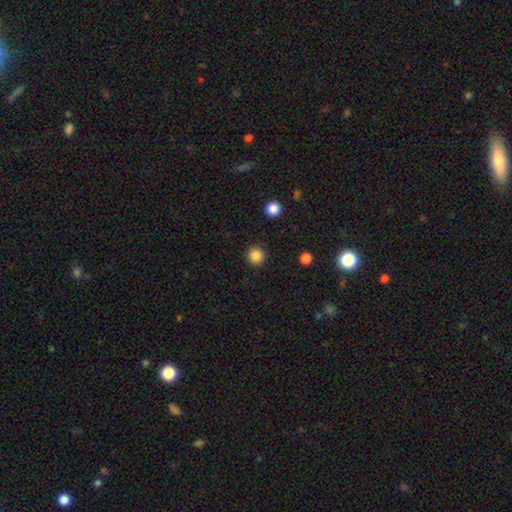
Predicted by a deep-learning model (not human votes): smooth 86%, star or artifact 11%, featured or disk 3%. Down the decision tree: how rounded — round (95%); merging — none (92%).